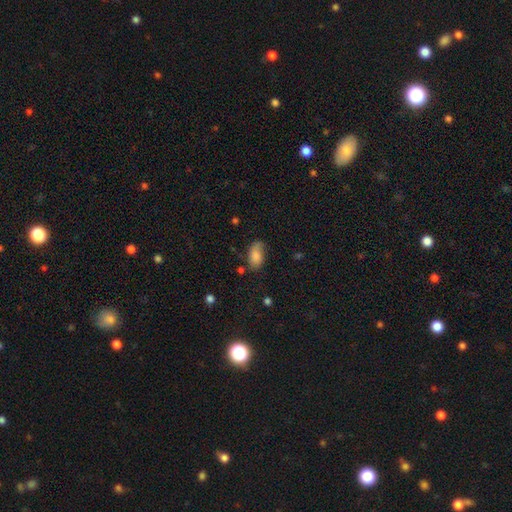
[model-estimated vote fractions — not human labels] This is likely a smooth galaxy (77%). How rounded: clearly in between (92%). Merging: possibly none (55%).